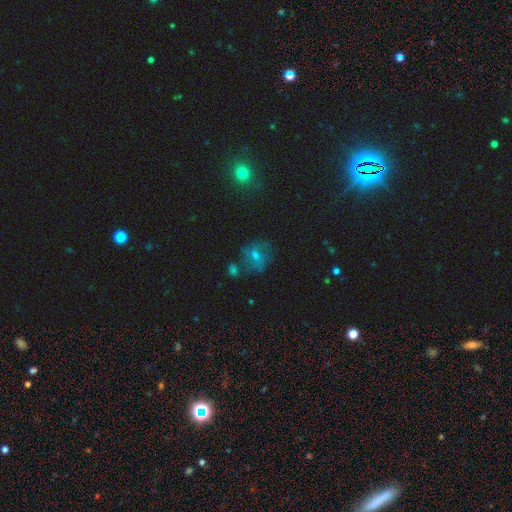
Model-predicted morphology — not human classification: Smooth or featured? Predicted: smooth (p=0.49). Merging? Predicted: none (p=0.58).